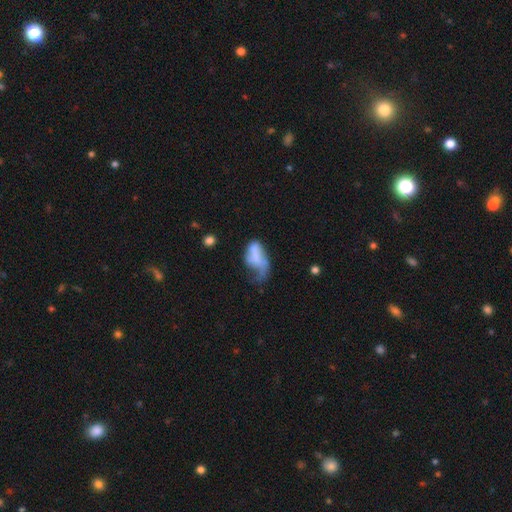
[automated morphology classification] A smooth galaxy with no disk features (59%) that is in between round and cigar-shaped (89%).

Vote fractions:
- Smooth or featured? smooth: 59% / featured or disk: 31% / star or artifact: 10%
- How rounded? in between: 89% / round: 6% / cigar-shaped: 5%
- Merging? major disturbance: 52% / minor disturbance: 23% / none: 15% / merger: 9%